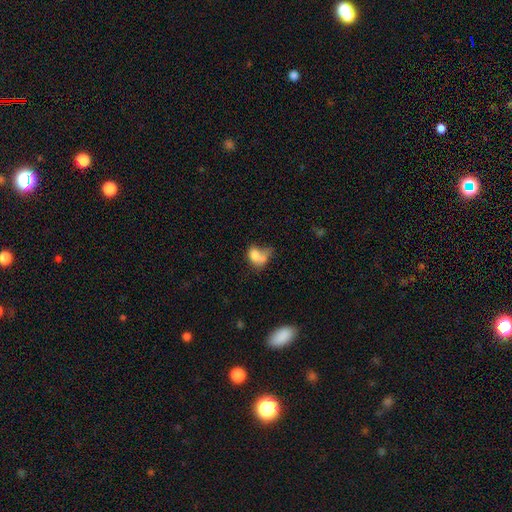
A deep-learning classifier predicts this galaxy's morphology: type=smooth (71%); roundness=in between (69%); merging=merger (51%).